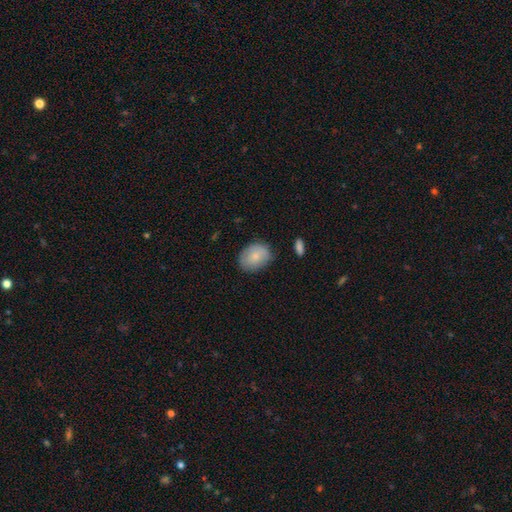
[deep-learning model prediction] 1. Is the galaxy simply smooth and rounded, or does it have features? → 80% smooth, 13% featured or disk, 7% star or artifact.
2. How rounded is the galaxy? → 63% in between, 36% round, 1% cigar-shaped.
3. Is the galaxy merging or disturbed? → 74% none, 19% minor disturbance, 4% major disturbance, 2% merger.